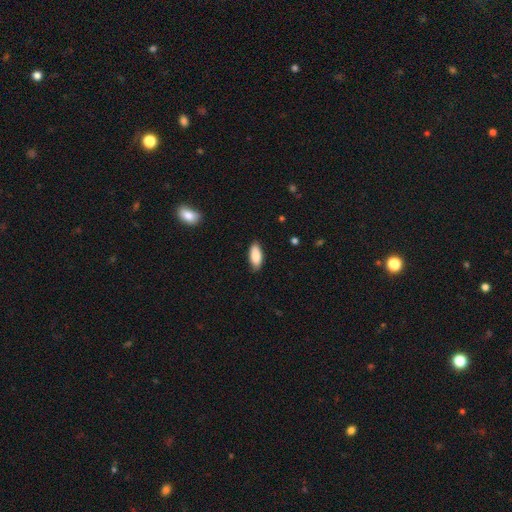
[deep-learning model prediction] smooth_or_featured: smooth (p=0.87) [alt: featured or disk p=0.08]
how_rounded: in between (p=0.85) [alt: cigar-shaped p=0.13]
merging: none (p=0.84) [alt: minor disturbance p=0.13]